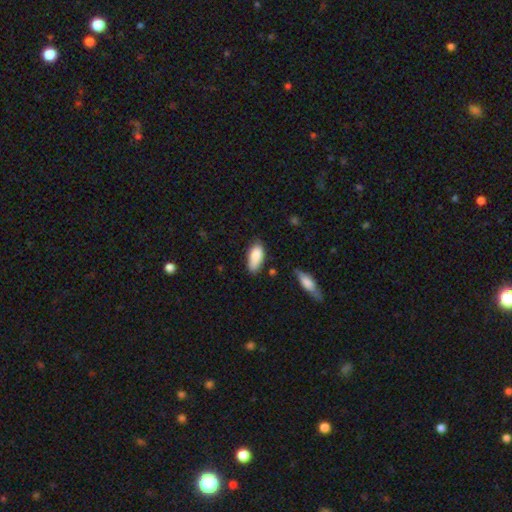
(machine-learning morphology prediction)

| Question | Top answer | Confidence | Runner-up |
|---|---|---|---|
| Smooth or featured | smooth | 85% | featured or disk (8%) |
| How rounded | in between | 88% | cigar-shaped (10%) |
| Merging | none | 58% | minor disturbance (30%) |